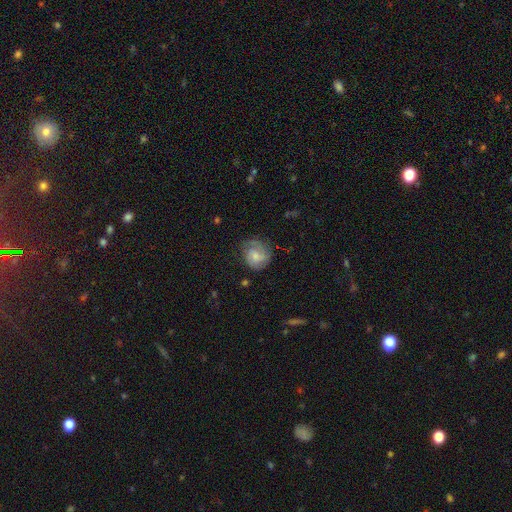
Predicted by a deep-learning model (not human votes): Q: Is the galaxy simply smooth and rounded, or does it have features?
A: featured or disk — 52%.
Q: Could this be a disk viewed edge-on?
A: no — 98%.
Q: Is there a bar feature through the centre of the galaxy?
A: no — 63%.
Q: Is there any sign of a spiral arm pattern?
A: yes — 85%.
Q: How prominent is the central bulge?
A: small — 46%.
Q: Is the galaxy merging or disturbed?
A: none — 62%.